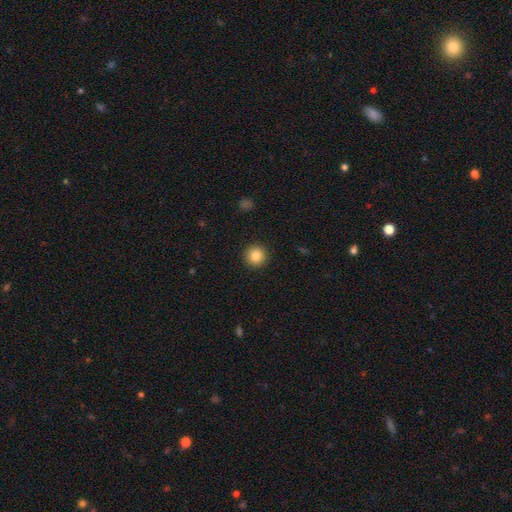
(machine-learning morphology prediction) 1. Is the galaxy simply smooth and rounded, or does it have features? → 84% smooth, 10% star or artifact, 6% featured or disk.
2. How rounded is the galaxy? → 95% round, 4% in between, 1% cigar-shaped.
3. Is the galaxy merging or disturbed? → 93% none, 5% minor disturbance, 2% major disturbance, 1% merger.